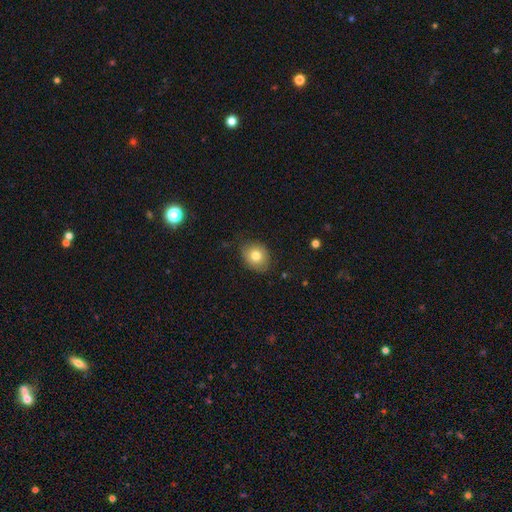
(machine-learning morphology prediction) A smooth galaxy with no disk features (78%) that is round (57%).

Vote fractions:
- Smooth or featured? smooth: 78% / featured or disk: 13% / star or artifact: 10%
- How rounded? round: 57% / in between: 42% / cigar-shaped: 1%
- Merging? none: 78% / minor disturbance: 18% / major disturbance: 4% / merger: 1%